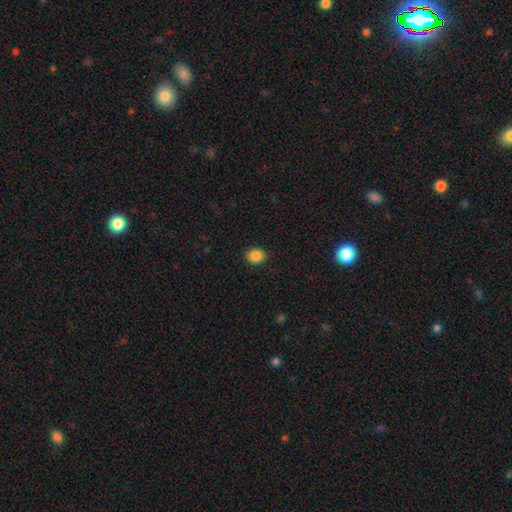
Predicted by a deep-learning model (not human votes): smooth 87%, star or artifact 10%, featured or disk 4%. Down the decision tree: how rounded — round (66%); merging — none (90%).